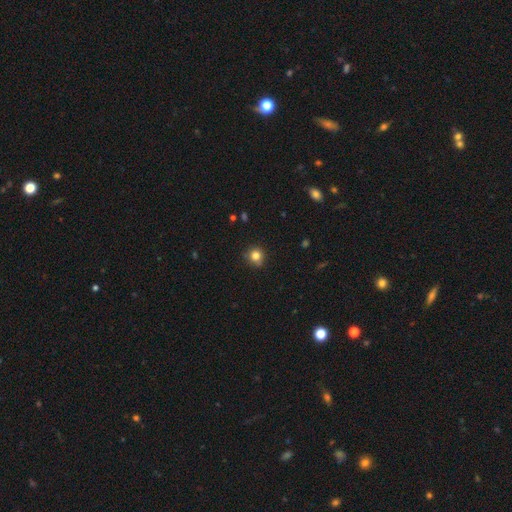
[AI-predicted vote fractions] Smooth or featured: smooth — 82% (star or artifact — 13%)
How rounded: round — 91% (in between — 8%)
Merging: none — 83% (minor disturbance — 13%)